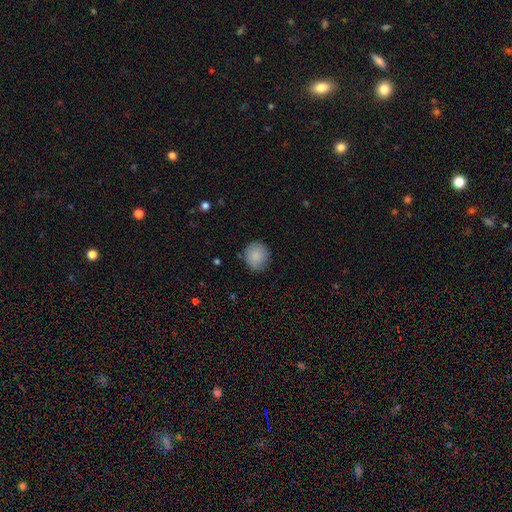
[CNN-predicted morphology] type=smooth (87%); roundness=round (84%); merging=none (84%).